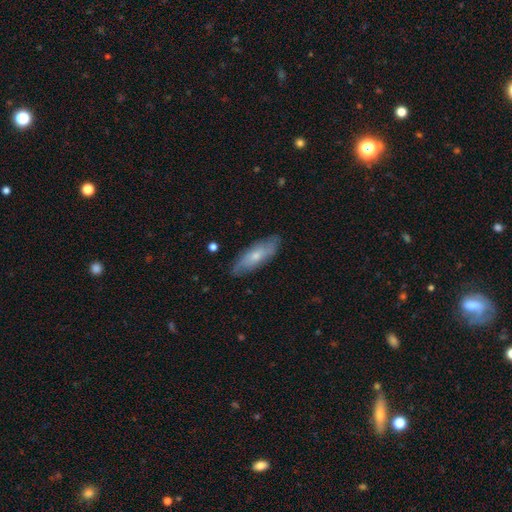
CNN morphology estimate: Overall: smooth (57%; featured or disk 37%). How rounded: in between (54%; cigar-shaped 44%). Merging: none (81%).